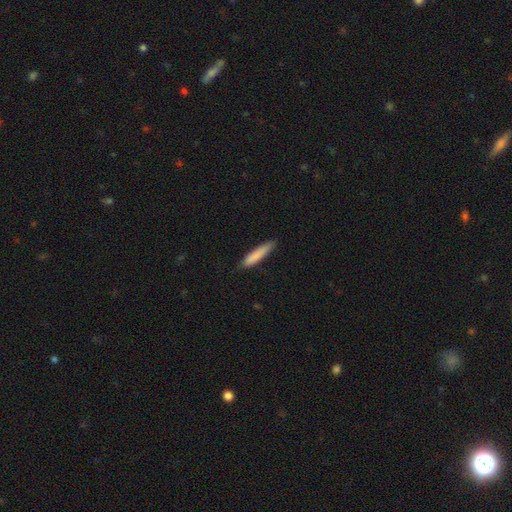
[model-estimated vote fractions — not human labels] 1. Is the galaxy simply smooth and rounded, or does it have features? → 83% smooth, 11% featured or disk, 6% star or artifact.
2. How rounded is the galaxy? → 88% cigar-shaped, 11% in between, 1% round.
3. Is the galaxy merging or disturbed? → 79% none, 17% minor disturbance, 2% major disturbance, 1% merger.